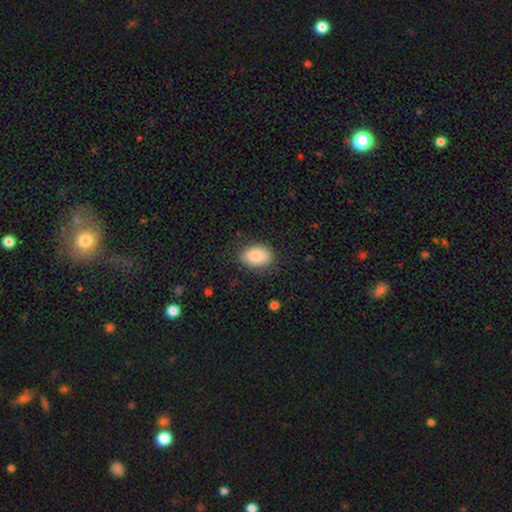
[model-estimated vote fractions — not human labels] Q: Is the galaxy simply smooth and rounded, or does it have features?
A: smooth — 86%.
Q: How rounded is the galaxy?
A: in between — 86%.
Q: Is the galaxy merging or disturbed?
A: none — 81%.